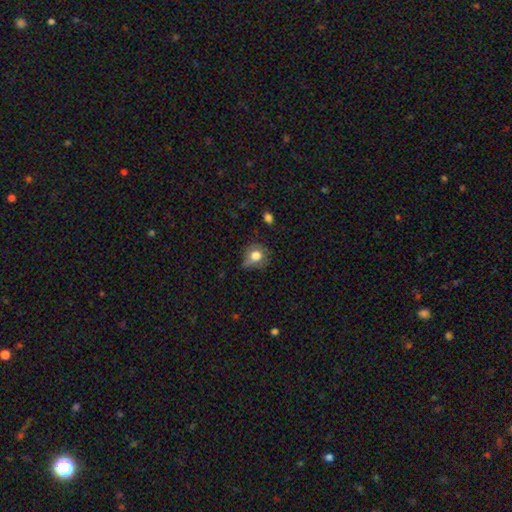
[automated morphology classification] Smooth or featured: smooth — 75% (featured or disk — 14%)
How rounded: round — 72% (in between — 26%)
Merging: none — 47% (minor disturbance — 34%)